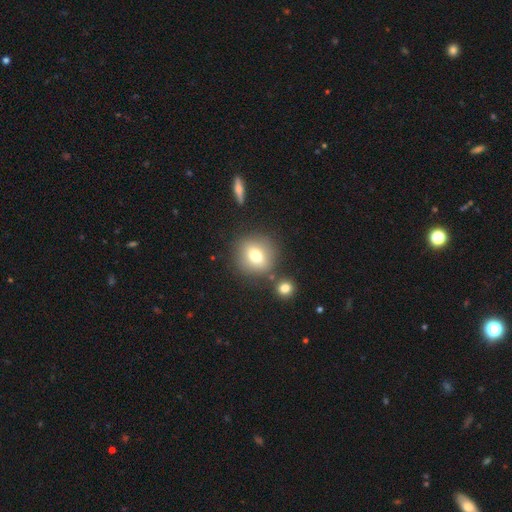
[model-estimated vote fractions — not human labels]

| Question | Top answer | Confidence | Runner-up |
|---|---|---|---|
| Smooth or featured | smooth | 73% | featured or disk (17%) |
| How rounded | round | 76% | in between (22%) |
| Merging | none | 77% | minor disturbance (11%) |